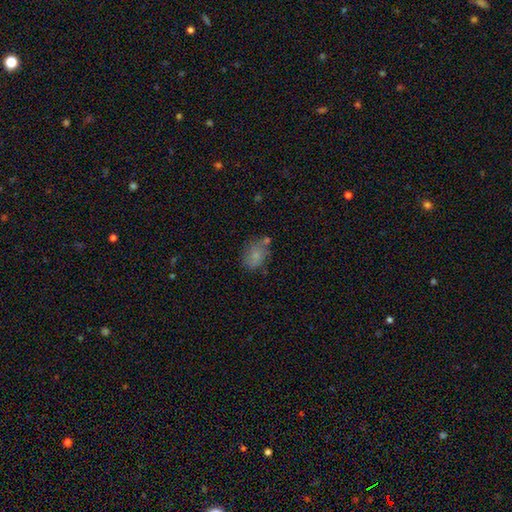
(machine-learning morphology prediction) This appears to be a smooth galaxy with no disk features (69%) that is in between round and cigar-shaped (60%). Merging: none (57%).